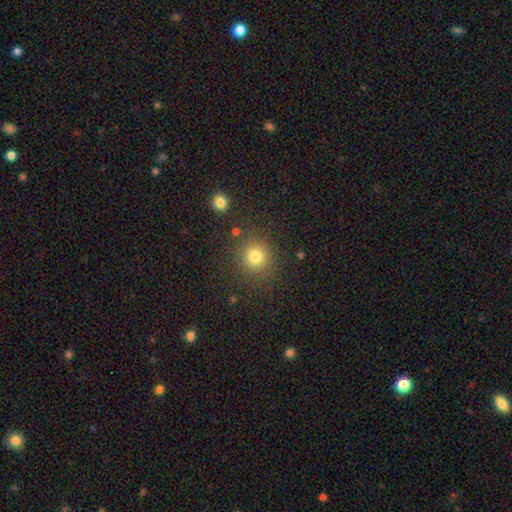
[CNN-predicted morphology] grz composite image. It shows a smooth galaxy with no disk features (79%) that is round (92%). Merging: none (86%).